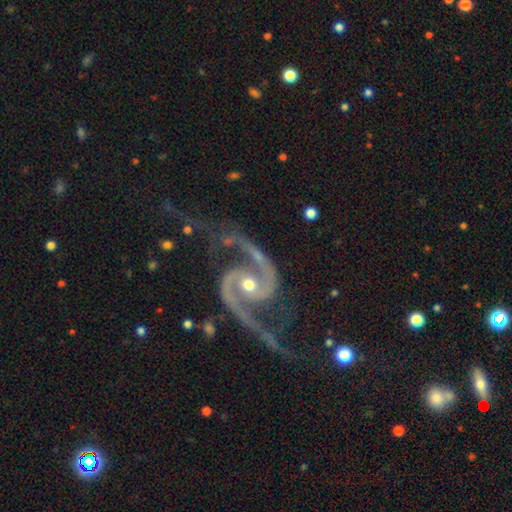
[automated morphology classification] This appears to be a featured or disk galaxy (94%) with no bar (55%), 2 (94%) medium (58%) spiral arms (99%) and a moderate central bulge (64%). Merging: none (66%).